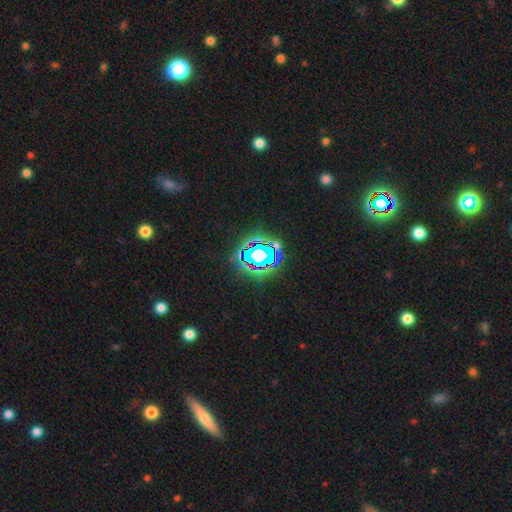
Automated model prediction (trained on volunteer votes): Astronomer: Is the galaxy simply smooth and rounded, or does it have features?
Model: star or artifact — 66%.